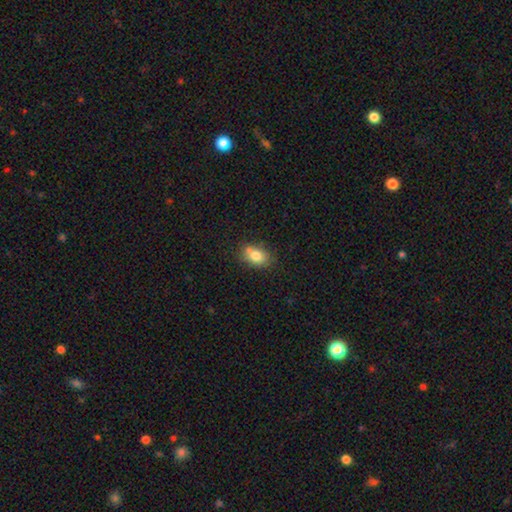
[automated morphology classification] smooth-or-featured: smooth: 79% | featured or disk: 12% | star or artifact: 9%
  how-rounded: in between: 78% | round: 21% | cigar-shaped: 2%
  merging: none: 67% | minor disturbance: 18% | merger: 11% | major disturbance: 4%